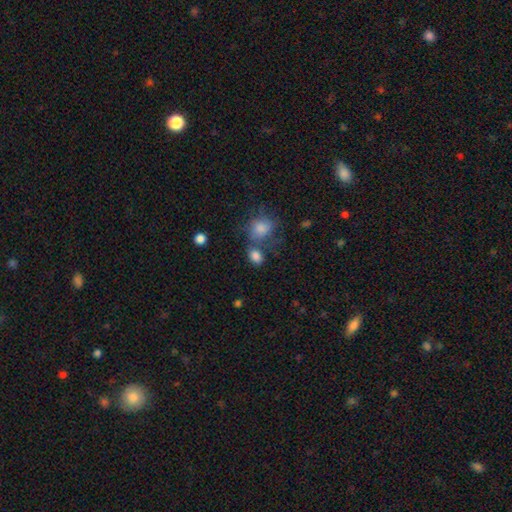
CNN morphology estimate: type=smooth (83%); roundness=in between (72%); merging=none (51%).